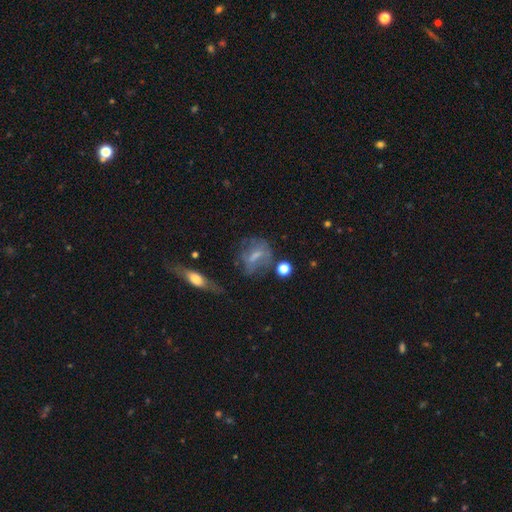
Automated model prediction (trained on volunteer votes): Morphology: type=featured or disk (46%); merging=none (45%).